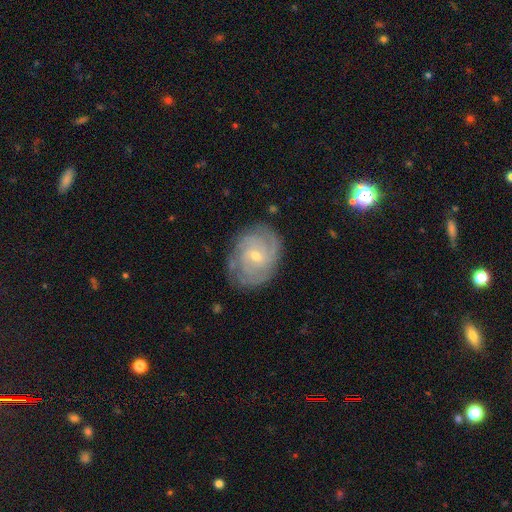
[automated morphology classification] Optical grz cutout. It shows a featured or disk galaxy (82%) with no bar (57%), tight (67%) spiral arms (95%) and a small central bulge (67%). Merging: none (78%).